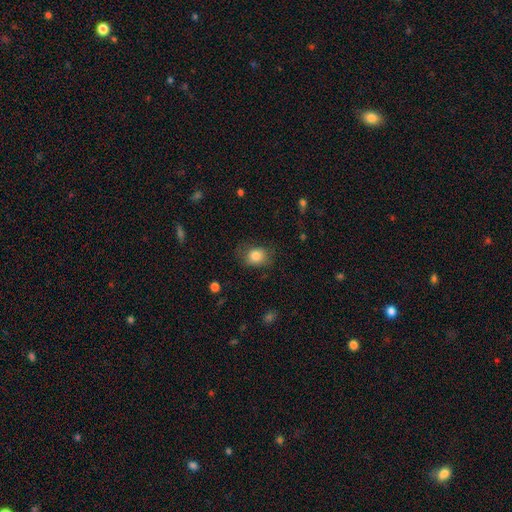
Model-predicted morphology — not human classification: smooth 83%, star or artifact 9%, featured or disk 8%. Down the decision tree: how rounded — round (50%); merging — none (67%).